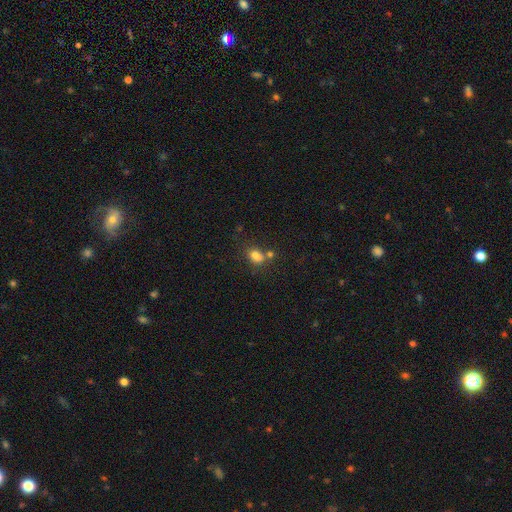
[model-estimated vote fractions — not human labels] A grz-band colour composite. It shows a smooth galaxy with no disk features (76%) that is in between round and cigar-shaped (58%). Merging: none (43%).